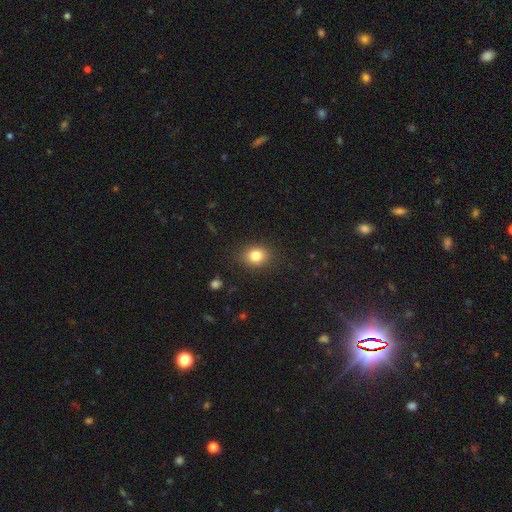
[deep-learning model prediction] Smooth or featured? smooth (81%)
How rounded? round (63%)
Merging? none (87%)